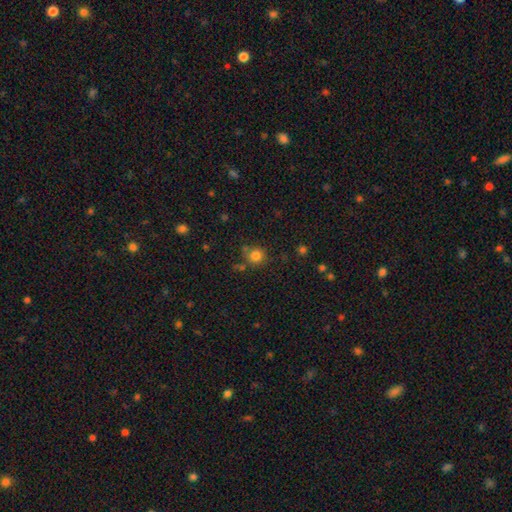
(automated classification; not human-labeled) A smooth galaxy with no disk features (82%) that is round (90%).

Vote fractions:
- Smooth or featured? smooth: 82% / star or artifact: 13% / featured or disk: 6%
- How rounded? round: 90% / in between: 9% / cigar-shaped: 1%
- Merging? none: 71% / minor disturbance: 14% / merger: 10% / major disturbance: 5%